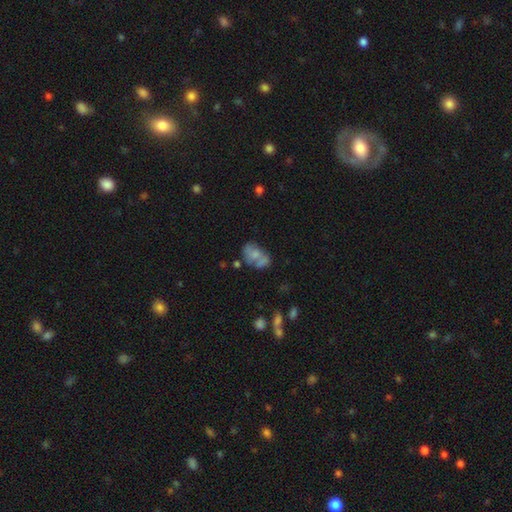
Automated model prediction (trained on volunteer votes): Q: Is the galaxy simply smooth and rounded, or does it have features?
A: smooth — 56%.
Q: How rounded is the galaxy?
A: in between — 83%.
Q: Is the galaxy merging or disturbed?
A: none — 36%.